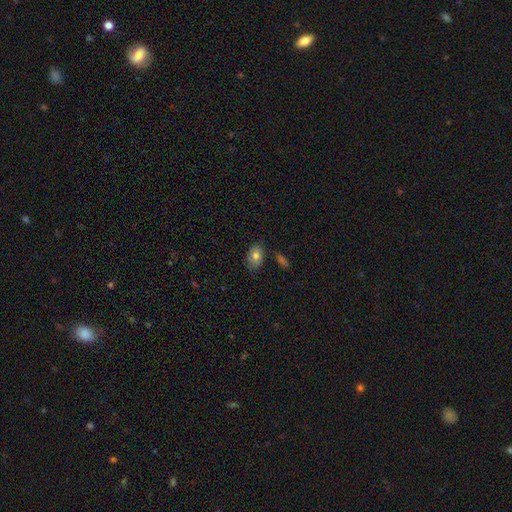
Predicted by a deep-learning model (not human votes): Smooth or featured? Predicted: smooth (p=0.78). How rounded? Predicted: in between (p=0.81). Merging? Predicted: none (p=0.74).